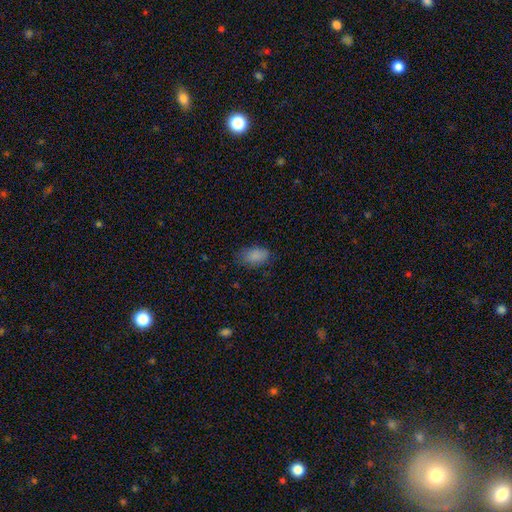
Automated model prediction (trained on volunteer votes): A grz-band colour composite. It shows a smooth galaxy with no disk features (86%) that is in between round and cigar-shaped (91%). Merging: none (71%).